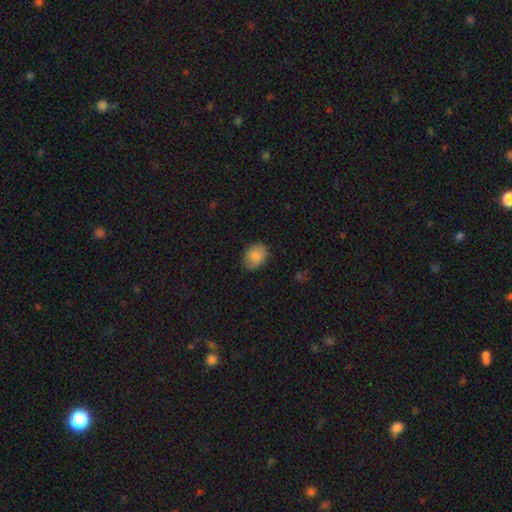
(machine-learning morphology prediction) This is clearly a smooth galaxy (86%). How rounded: likely in between (62%). Merging: likely none (75%).